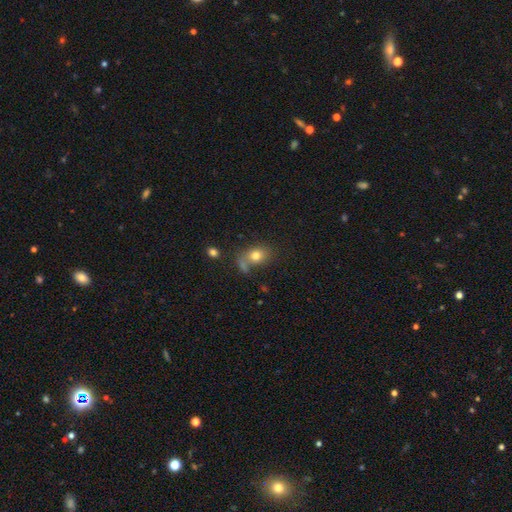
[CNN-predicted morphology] smooth 77%, featured or disk 12%, star or artifact 11%. Down the decision tree: how rounded — in between (59%); merging — none (50%).